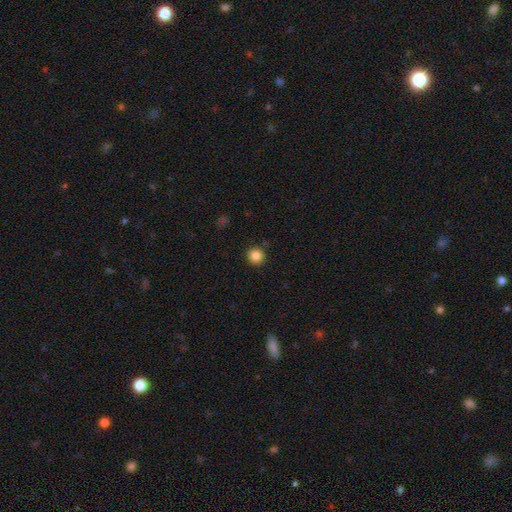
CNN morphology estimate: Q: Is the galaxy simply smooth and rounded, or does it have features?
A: smooth — 85%.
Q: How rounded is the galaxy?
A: round — 94%.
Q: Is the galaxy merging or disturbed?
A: none — 91%.